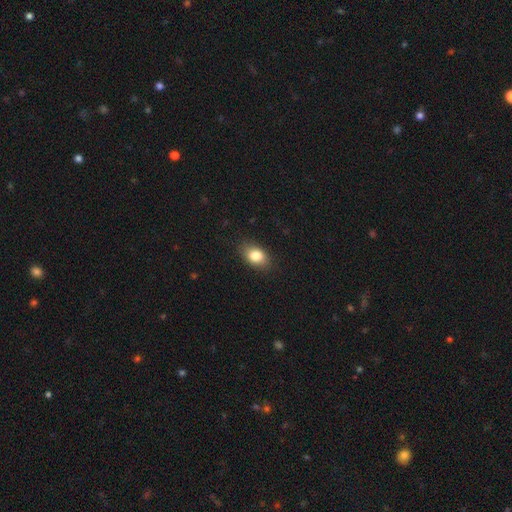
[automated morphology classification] Smooth or featured?
  - smooth: 83% *
  - featured or disk: 9%
  - star or artifact: 9%
How rounded?
  - in between: 82% *
  - round: 16%
  - cigar-shaped: 2%
Merging?
  - none: 85% *
  - minor disturbance: 12%
  - major disturbance: 3%
  - merger: 1%